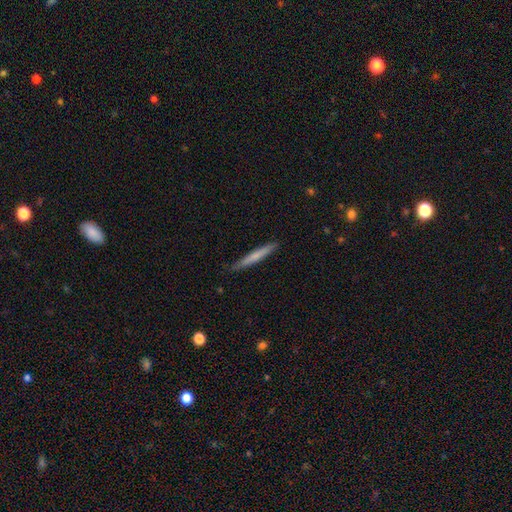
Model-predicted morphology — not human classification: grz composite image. It shows a smooth galaxy with no disk features (65%) that is cigar-shaped (96%). Merging: none (86%).